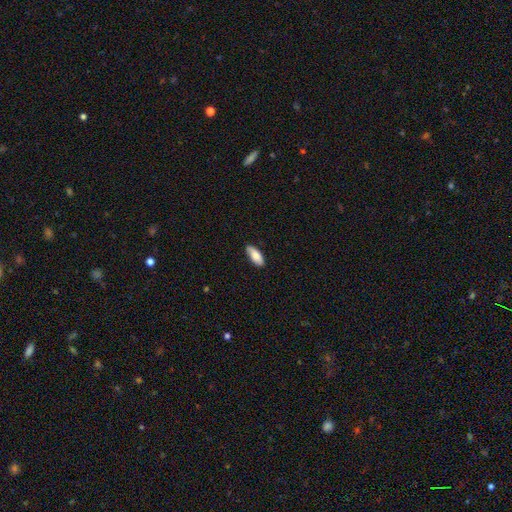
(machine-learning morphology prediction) type=smooth (82%); roundness=in between (83%); merging=none (83%).